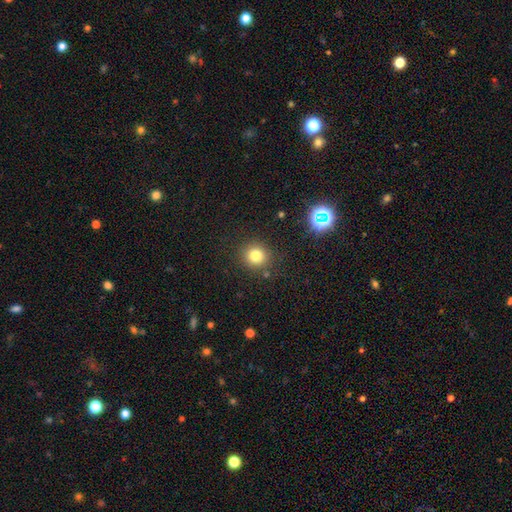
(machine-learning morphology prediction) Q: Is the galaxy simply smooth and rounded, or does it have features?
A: smooth — 79%.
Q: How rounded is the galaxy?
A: round — 90%.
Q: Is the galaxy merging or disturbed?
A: none — 87%.